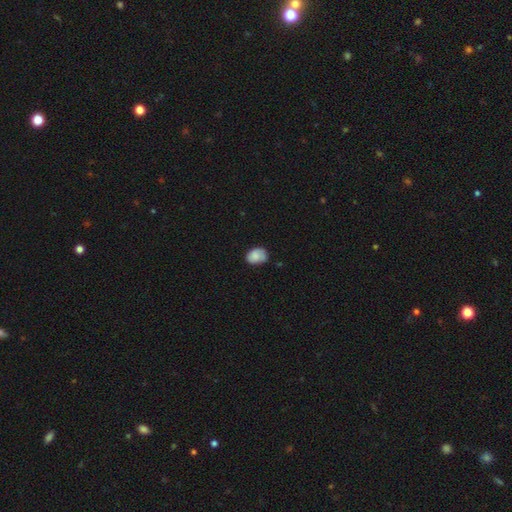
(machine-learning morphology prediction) A smooth galaxy with no disk features (80%) that is in between round and cigar-shaped (67%). Merging: none (60%).